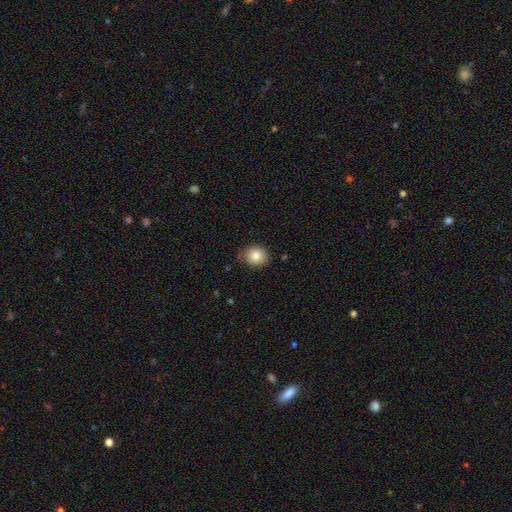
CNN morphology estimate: type=smooth (83%); roundness=round (70%); merging=none (82%).